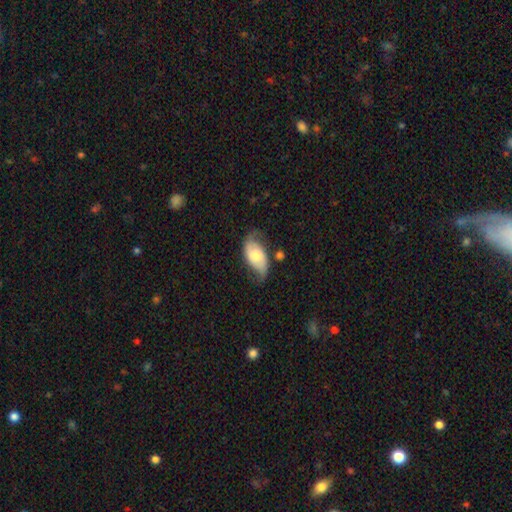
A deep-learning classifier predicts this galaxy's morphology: Smooth or featured? Predicted: featured or disk (p=0.48). Merging? Predicted: none (p=0.52).